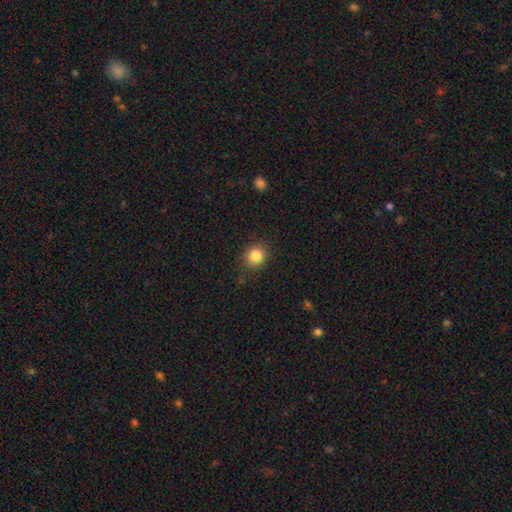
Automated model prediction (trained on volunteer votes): Overall: smooth (85%). How rounded: round (80%). Merging: none (85%).